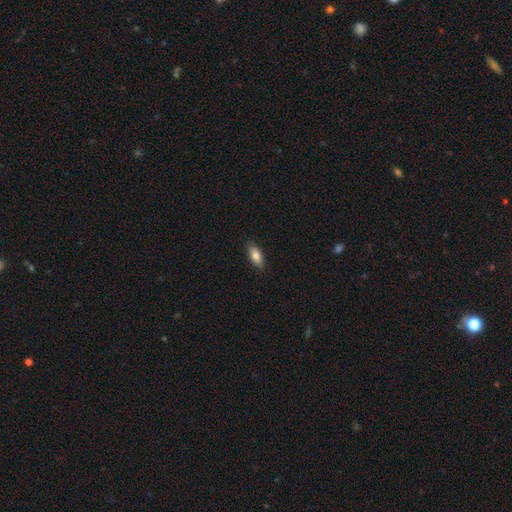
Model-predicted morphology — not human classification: The model was most divided on "how rounded": in between: 86%, cigar-shaped: 12%, round: 3%. More confident: merging — none (88%); smooth or featured — smooth (84%).